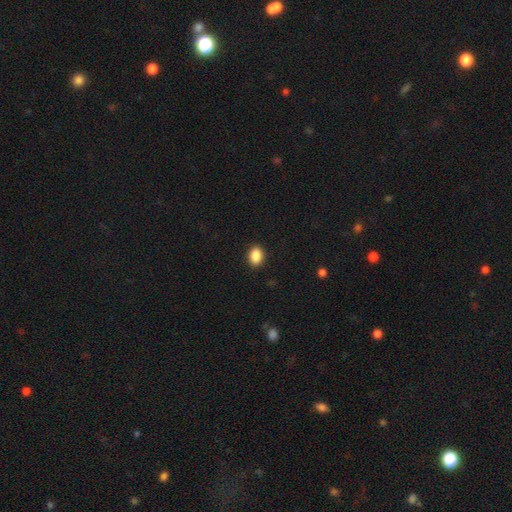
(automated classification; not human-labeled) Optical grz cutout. It shows a smooth galaxy with no disk features (89%) that is in between round and cigar-shaped (76%). Merging: none (90%).